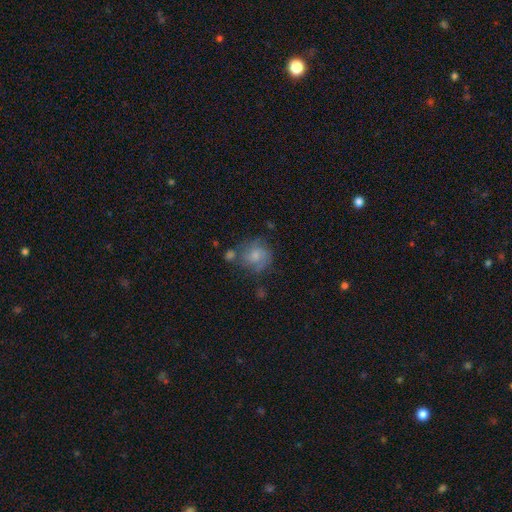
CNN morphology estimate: A smooth galaxy with no disk features (57%) that is round (82%). Merging: none (56%).